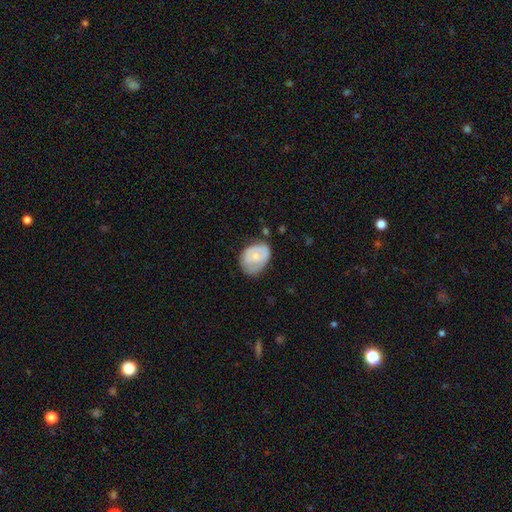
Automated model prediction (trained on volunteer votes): Morphology: type=smooth (57%); roundness=in between (71%); merging=none (49%).